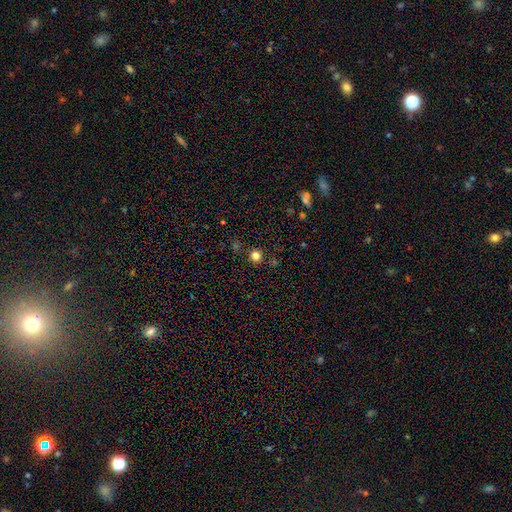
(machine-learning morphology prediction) Smooth or featured: smooth — 78% (star or artifact — 17%)
How rounded: round — 93% (in between — 6%)
Merging: none — 89% (minor disturbance — 6%)